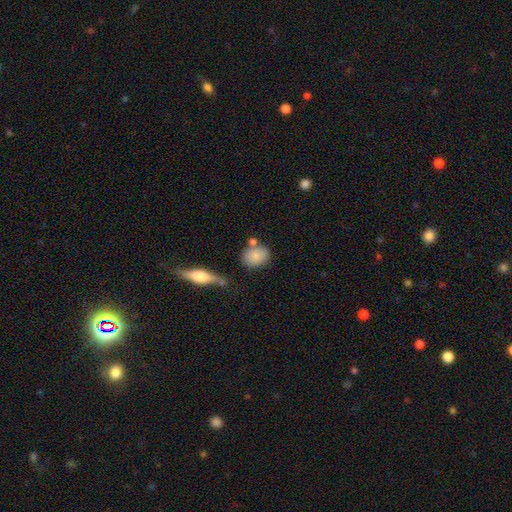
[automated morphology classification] smooth 82%, featured or disk 10%, star or artifact 8%. Down the decision tree: how rounded — in between (55%); merging — none (66%).